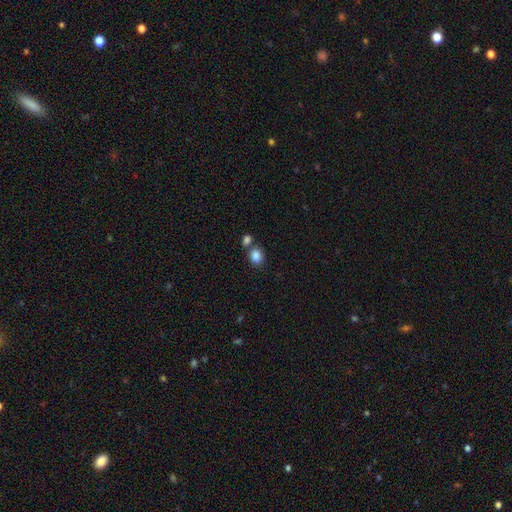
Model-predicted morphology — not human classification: smooth-or-featured: smooth: 86% | star or artifact: 9% | featured or disk: 5%
  how-rounded: round: 50% | in between: 49% | cigar-shaped: 1%
  merging: none: 58% | merger: 29% | minor disturbance: 10% | major disturbance: 3%